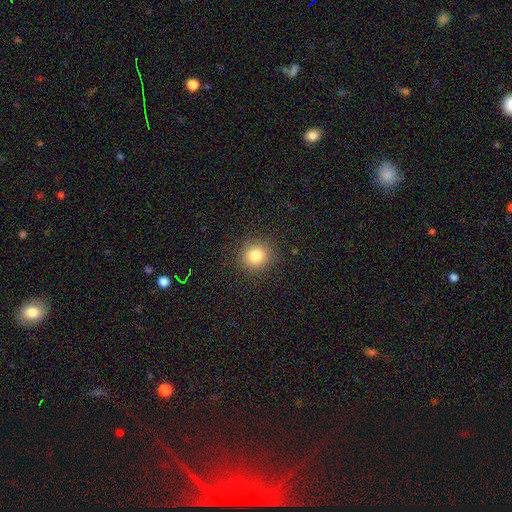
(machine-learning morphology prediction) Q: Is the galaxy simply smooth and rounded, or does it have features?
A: smooth — 82%.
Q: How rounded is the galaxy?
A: round — 88%.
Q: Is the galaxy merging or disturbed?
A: none — 89%.